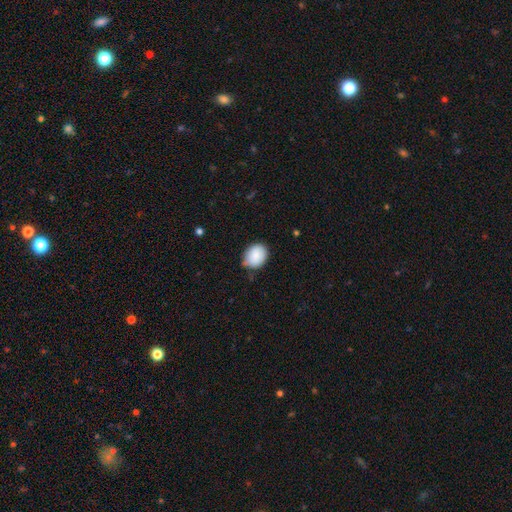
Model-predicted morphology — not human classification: smooth-or-featured: smooth: 87% | star or artifact: 7% | featured or disk: 6%
  how-rounded: in between: 53% | round: 47% | cigar-shaped: 1%
  merging: none: 69% | minor disturbance: 25% | major disturbance: 4% | merger: 2%